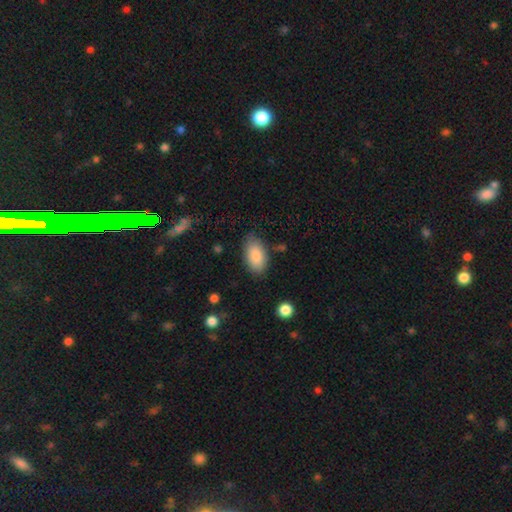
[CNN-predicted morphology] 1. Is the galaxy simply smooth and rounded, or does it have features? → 85% smooth, 9% featured or disk, 7% star or artifact.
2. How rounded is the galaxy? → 94% in between, 4% round, 2% cigar-shaped.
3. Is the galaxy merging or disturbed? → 79% none, 15% minor disturbance, 3% major disturbance, 2% merger.